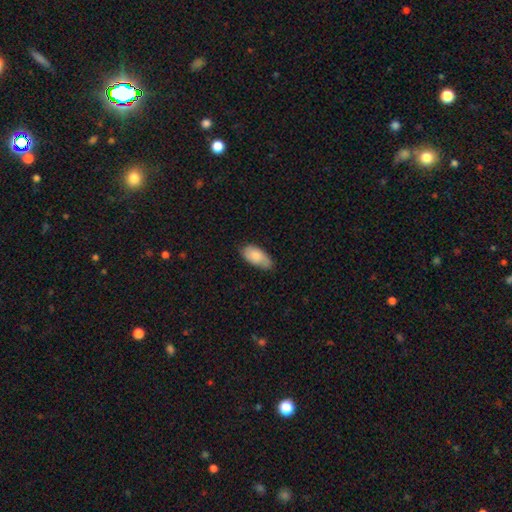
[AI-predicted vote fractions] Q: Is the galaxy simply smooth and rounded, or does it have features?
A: smooth — 82%.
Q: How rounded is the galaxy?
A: in between — 92%.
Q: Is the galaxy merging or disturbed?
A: none — 65%.